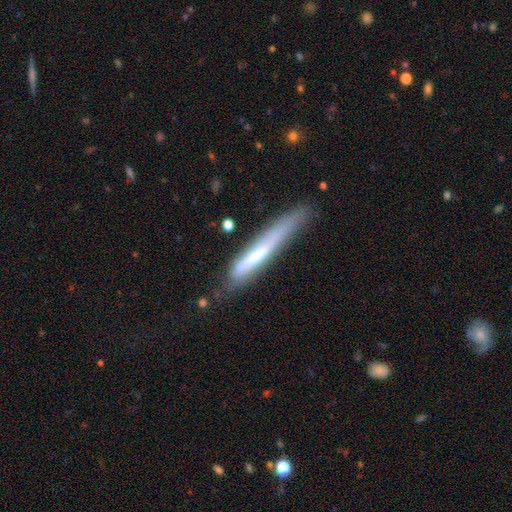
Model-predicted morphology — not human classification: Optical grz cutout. It shows a featured or disk galaxy (48%). Merging: none (59%).